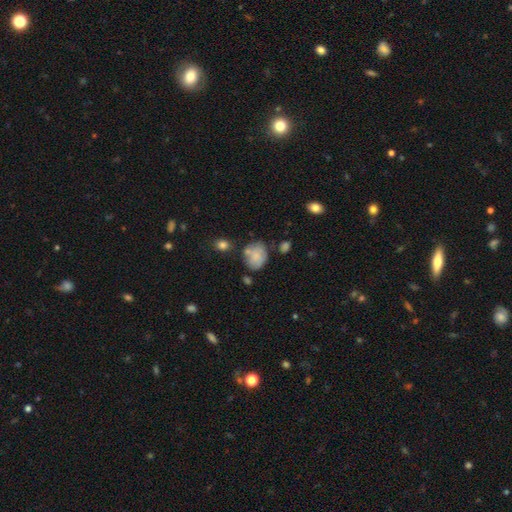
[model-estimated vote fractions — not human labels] smooth 73%, featured or disk 18%, star or artifact 9%. Down the decision tree: how rounded — round (50%); merging — none (53%).